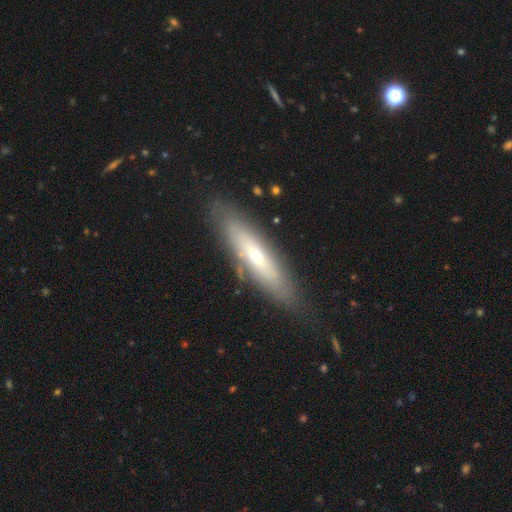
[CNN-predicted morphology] Q: Smooth or featured?
A: featured or disk (55%); runner-up: smooth (38%)
Q: Edge-on disk?
A: yes (58%); runner-up: no (42%)
Q: Merging?
A: none (80%); runner-up: minor disturbance (13%)